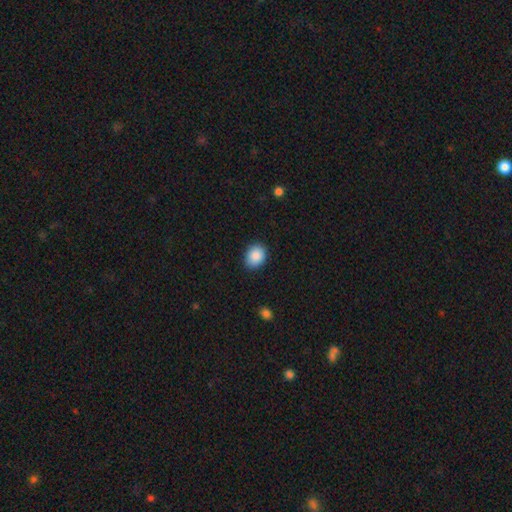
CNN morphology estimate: type=smooth (89%); roundness=in between (53%); merging=none (88%).